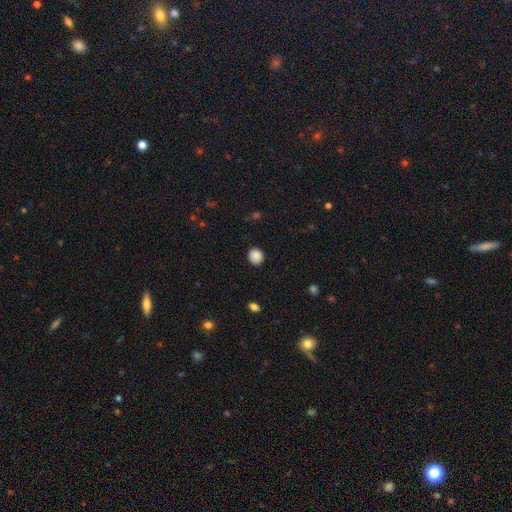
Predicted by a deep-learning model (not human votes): smooth-or-featured: smooth: 88% | star or artifact: 9% | featured or disk: 3%
  how-rounded: round: 86% | in between: 13% | cigar-shaped: 1%
  merging: none: 90% | minor disturbance: 7% | major disturbance: 2% | merger: 1%